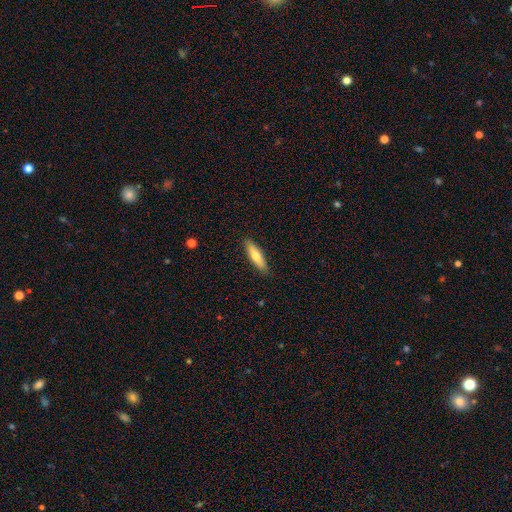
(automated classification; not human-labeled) Smooth or featured? smooth (66%)
How rounded? cigar-shaped (68%)
Merging? none (88%)